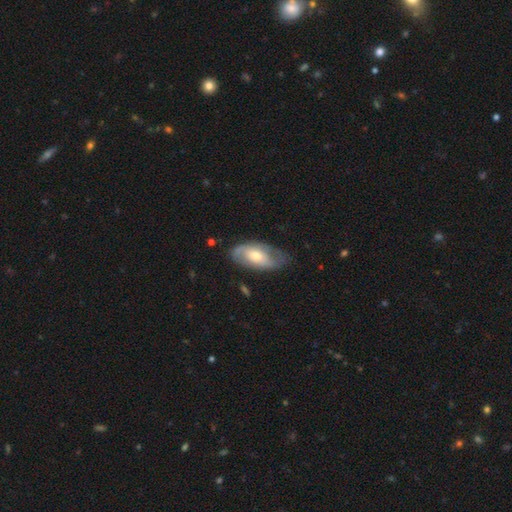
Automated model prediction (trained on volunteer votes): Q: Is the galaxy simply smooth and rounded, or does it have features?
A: featured or disk — 62%.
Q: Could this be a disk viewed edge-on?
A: no — 91%.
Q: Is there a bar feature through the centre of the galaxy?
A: no — 56%.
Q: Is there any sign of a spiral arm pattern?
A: yes — 80%.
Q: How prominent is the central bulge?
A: moderate — 66%.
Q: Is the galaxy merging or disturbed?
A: none — 66%.